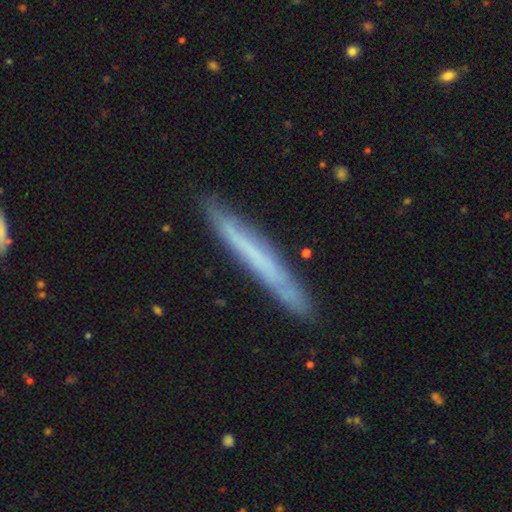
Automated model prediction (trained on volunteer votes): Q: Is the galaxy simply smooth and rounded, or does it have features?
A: smooth — 48%.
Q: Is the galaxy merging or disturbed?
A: none — 85%.